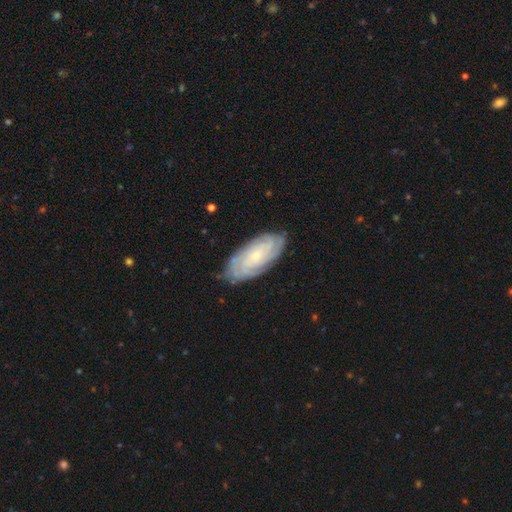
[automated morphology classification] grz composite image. It shows a featured or disk galaxy (72%) with no bar (72%), tight (74%) spiral arms (93%) and a small central bulge (72%). Merging: none (81%).